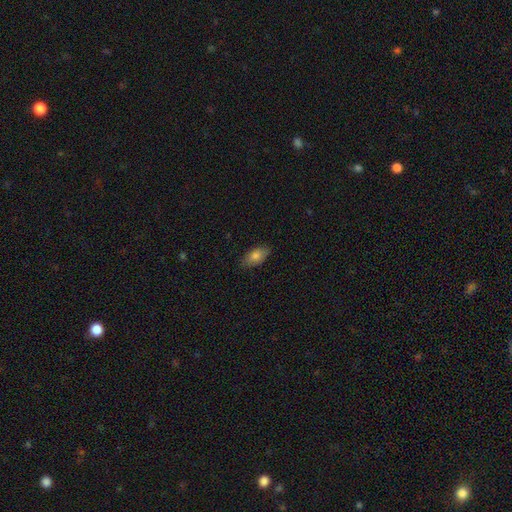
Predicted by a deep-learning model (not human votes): smooth_or_featured: smooth (p=0.81) [alt: featured or disk p=0.12]
how_rounded: in between (p=0.91) [alt: cigar-shaped p=0.06]
merging: none (p=0.82) [alt: minor disturbance p=0.15]